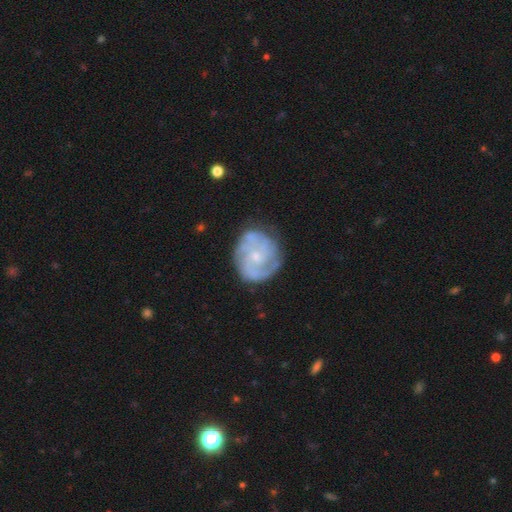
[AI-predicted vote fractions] Smooth or featured: featured or disk — 79% (smooth — 15%)
Edge-on disk: no — 98% (yes — 2%)
Bar: no — 71% (weak — 25%)
Spiral arms: yes — 91% (no — 9%)
Spiral winding: tight — 53% (medium — 37%)
Spiral arm count: 3 — 28% (tied with can't tell — 28%)
Bulge size: small — 70% (moderate — 24%)
Merging: none — 72% (minor disturbance — 19%)